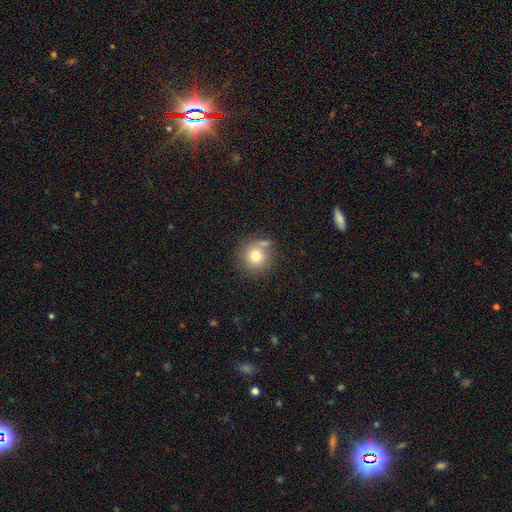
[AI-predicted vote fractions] Smooth or featured? smooth (75%)
How rounded? round (92%)
Merging? none (66%)